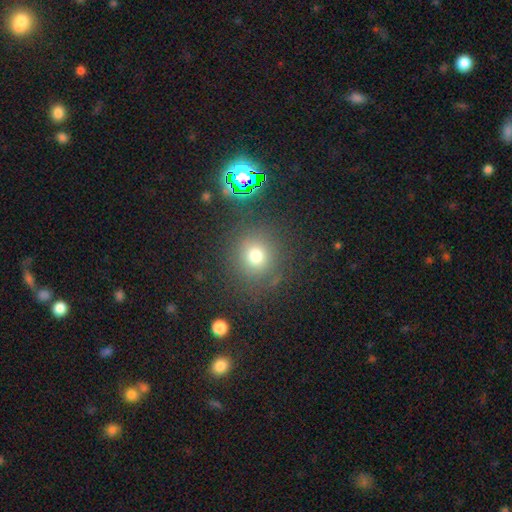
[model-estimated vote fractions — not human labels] smooth-or-featured: smooth: 72% | star or artifact: 19% | featured or disk: 9%
  how-rounded: round: 89% | in between: 10% | cigar-shaped: 1%
  merging: none: 83% | minor disturbance: 9% | major disturbance: 5% | merger: 3%